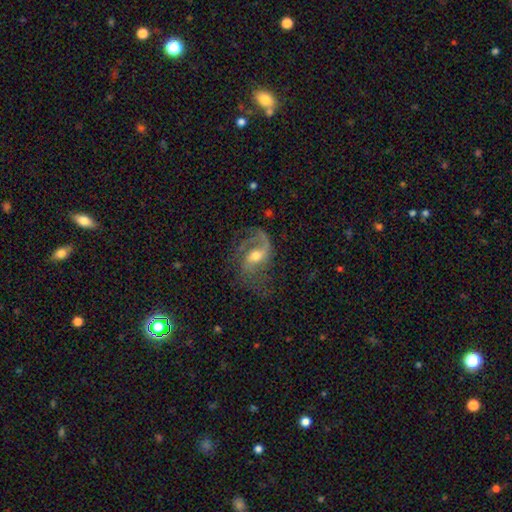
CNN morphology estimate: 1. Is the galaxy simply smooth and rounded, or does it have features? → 83% featured or disk, 9% smooth, 8% star or artifact.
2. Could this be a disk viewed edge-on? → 97% no, 3% yes.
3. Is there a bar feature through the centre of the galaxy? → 44% weak, 35% no, 21% strong.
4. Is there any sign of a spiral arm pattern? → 95% yes, 5% no.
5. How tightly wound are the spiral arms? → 49% loose, 39% medium, 11% tight.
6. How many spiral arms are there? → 72% 2, 16% 1, 6% can't tell, 3% 3, 1% 4, 1% more than 4.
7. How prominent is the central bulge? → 64% moderate, 29% small, 5% large, 1% none, 1% dominant.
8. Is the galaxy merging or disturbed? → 58% none, 20% major disturbance, 20% minor disturbance, 2% merger.